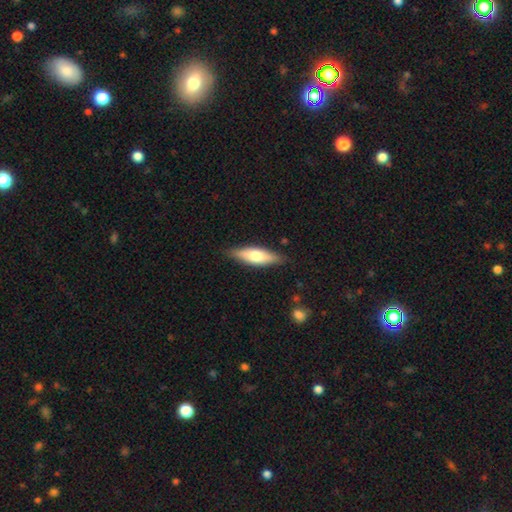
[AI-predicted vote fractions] Smooth or featured? Predicted: smooth (p=0.56). How rounded? Predicted: in between (p=0.51). Merging? Predicted: none (p=0.84).